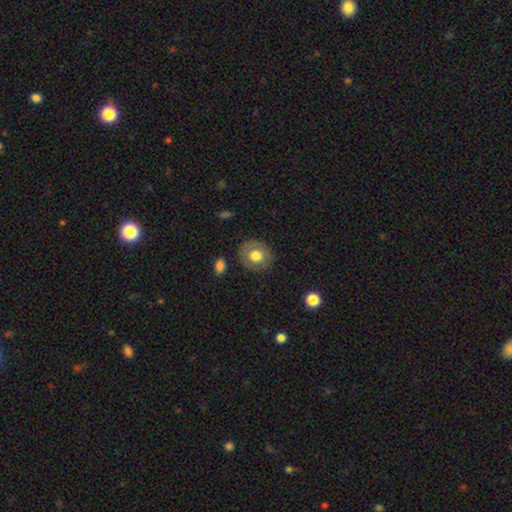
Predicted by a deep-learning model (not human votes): This is likely a smooth galaxy (71%). How rounded: likely round (75%). Merging: clearly none (84%).